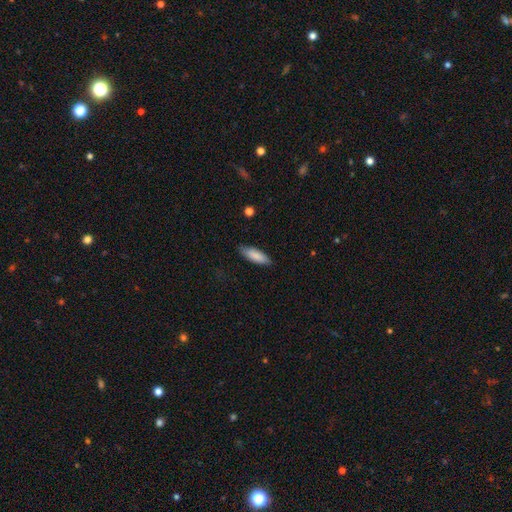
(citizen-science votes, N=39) Morphology: type=smooth (90%); roundness=cigar-shaped (54%); merging=none (92%).